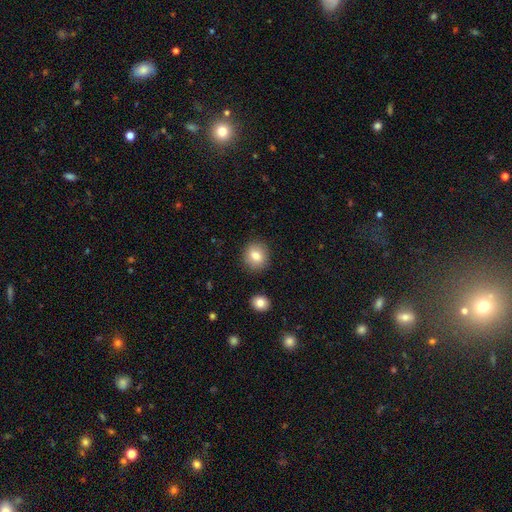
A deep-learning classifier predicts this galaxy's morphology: Overall: smooth (82%). How rounded: round (83%). Merging: none (88%).